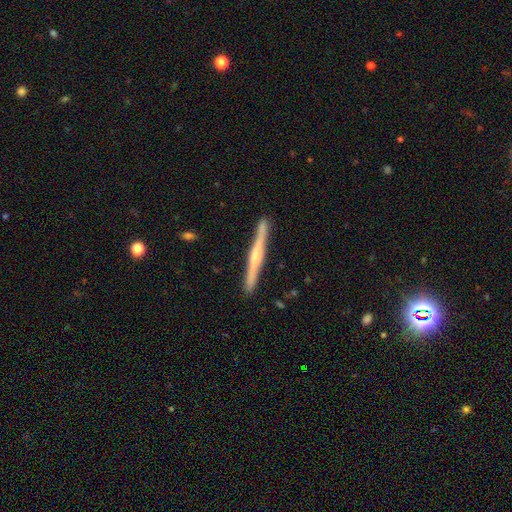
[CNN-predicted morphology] type=featured or disk (67%); edge-on=yes (98%); edge-on bulge=rounded (64%); merging=none (90%).